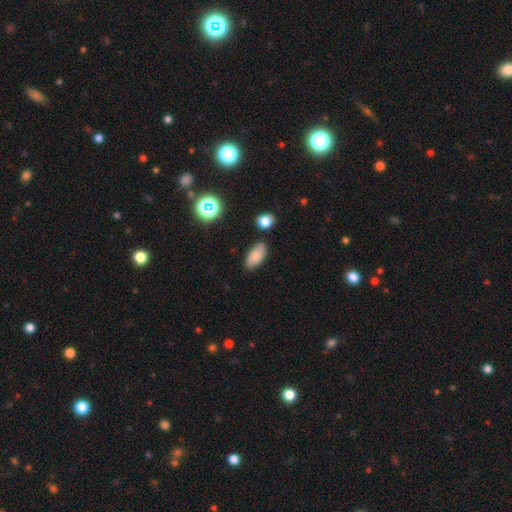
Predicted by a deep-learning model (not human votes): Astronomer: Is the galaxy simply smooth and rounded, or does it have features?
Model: smooth — 82%.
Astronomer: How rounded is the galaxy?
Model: in between — 90%.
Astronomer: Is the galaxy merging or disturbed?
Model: none — 83%.